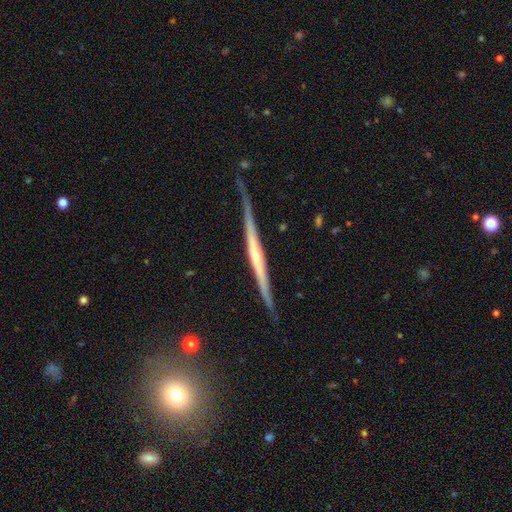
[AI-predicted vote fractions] featured or disk 83%, smooth 11%, star or artifact 6%. Down the decision tree: edge-on disk — yes (98%); edge-on bulge — rounded (55%); merging — none (85%).